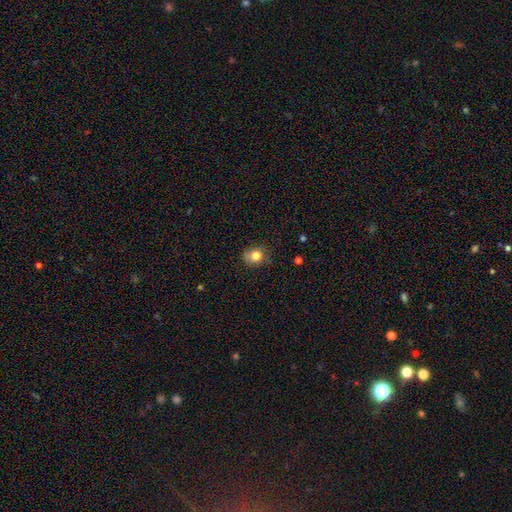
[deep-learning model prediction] Morphology: type=smooth (81%); roundness=round (58%); merging=none (73%).